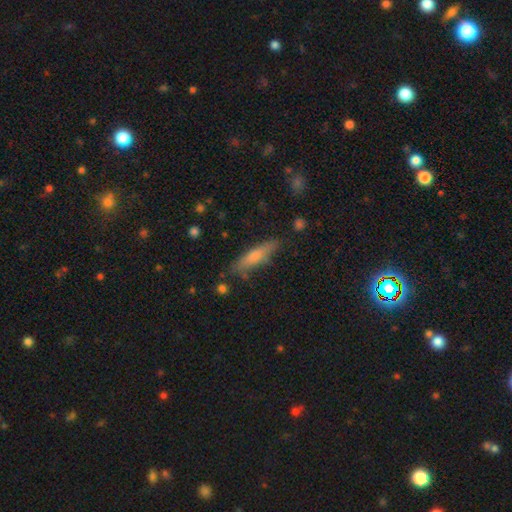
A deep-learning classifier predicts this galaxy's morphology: This appears to be a smooth galaxy with no disk features (61%) that is cigar-shaped (79%). Merging: none (78%).